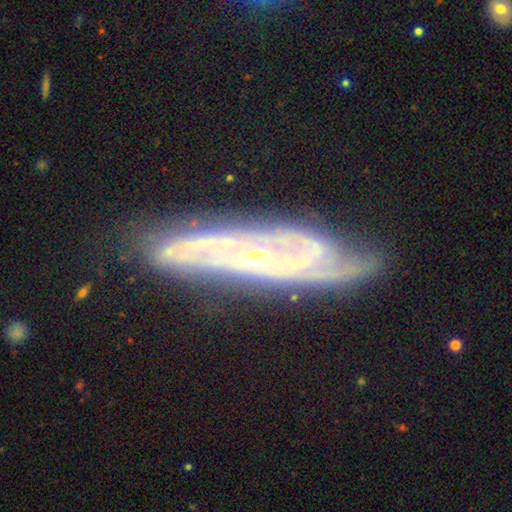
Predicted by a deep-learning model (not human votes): This appears to be a featured or disk galaxy (85%) with no bar (60%), 2 (32%) tight (64%) spiral arms (95%) and a small central bulge (78%). Merging: none (75%).